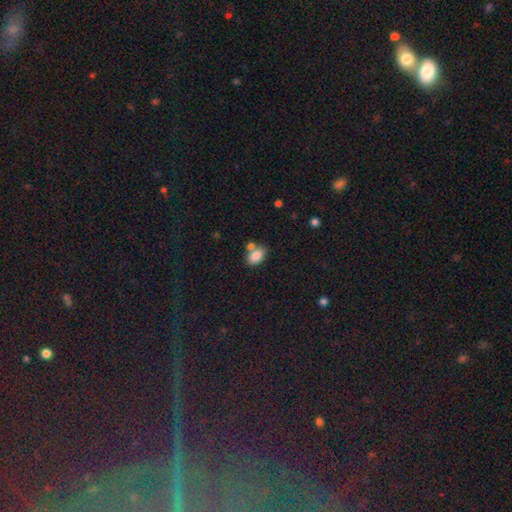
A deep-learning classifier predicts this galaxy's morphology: Overall: smooth (85%). How rounded: in between (89%). Merging: none (56%; merger 27%).